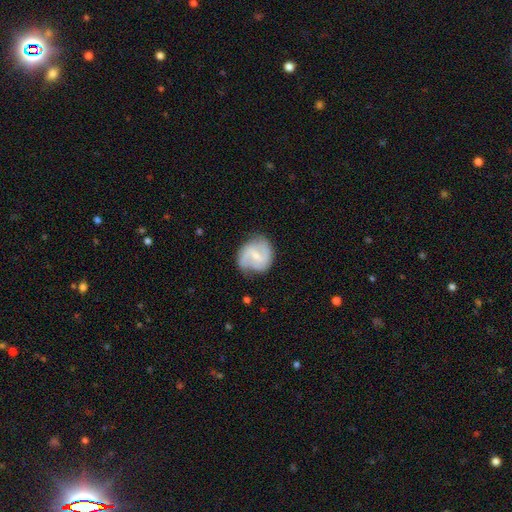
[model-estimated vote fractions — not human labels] This appears to be a featured or disk galaxy (70%) with a weak bar (59%), 2 (78%) medium (46%) spiral arms (90%) and a small central bulge (56%). Merging: none (66%).